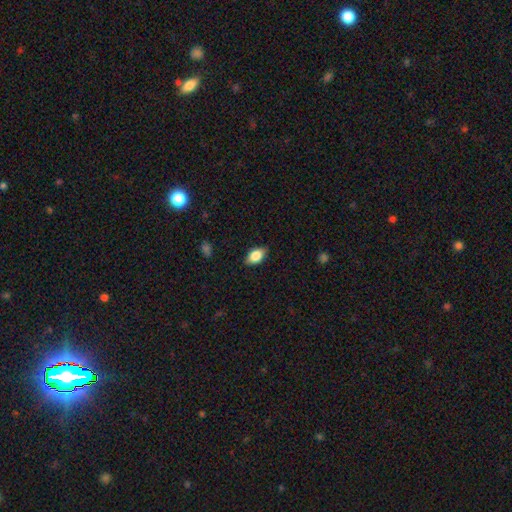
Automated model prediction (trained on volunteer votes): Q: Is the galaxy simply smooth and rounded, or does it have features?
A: smooth — 82%.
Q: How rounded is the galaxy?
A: in between — 89%.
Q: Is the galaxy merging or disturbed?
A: none — 84%.